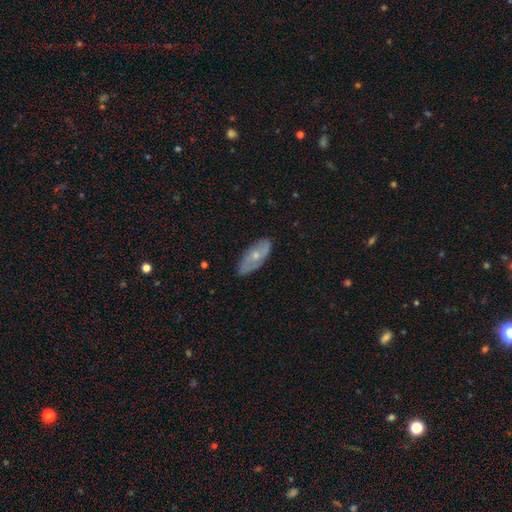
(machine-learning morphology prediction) Overall: featured or disk (55%; smooth 38%). Edge-on disk: no (83%). Merging: none (81%).